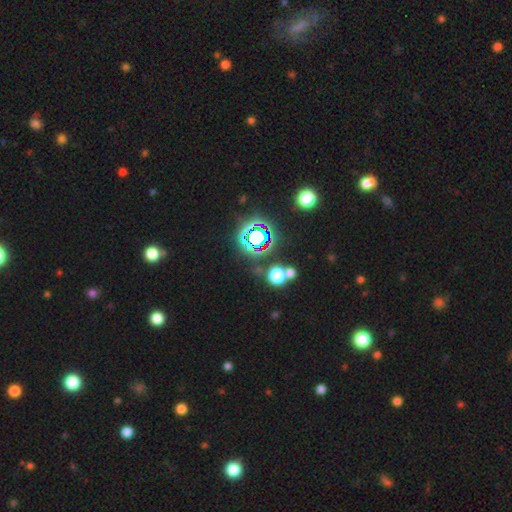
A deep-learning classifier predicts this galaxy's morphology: smooth-or-featured: star or artifact: 71% | smooth: 20% | featured or disk: 8%